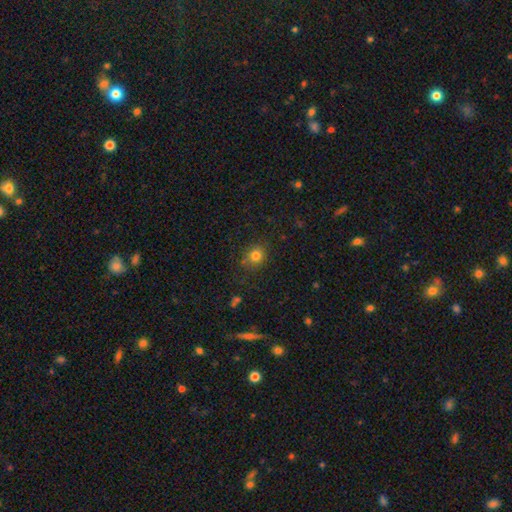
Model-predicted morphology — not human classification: Smooth or featured?
  - smooth: 77% *
  - star or artifact: 15%
  - featured or disk: 8%
How rounded?
  - round: 77% *
  - in between: 22%
  - cigar-shaped: 1%
Merging?
  - none: 79% *
  - minor disturbance: 13%
  - major disturbance: 4%
  - merger: 3%